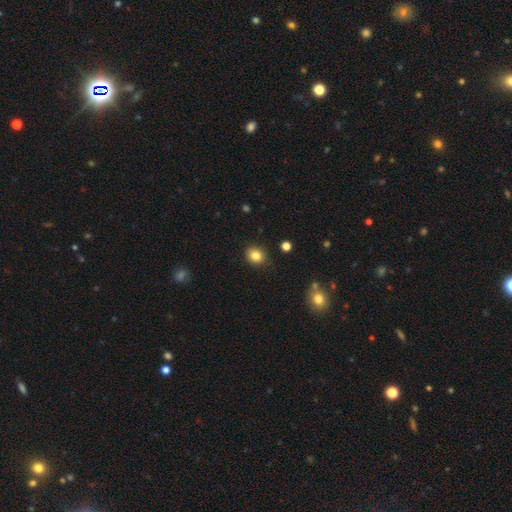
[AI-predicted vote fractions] Smooth or featured? smooth (83%)
How rounded? round (71%)
Merging? none (88%)